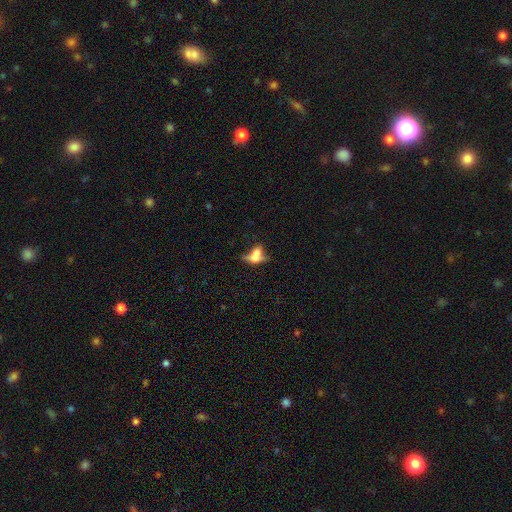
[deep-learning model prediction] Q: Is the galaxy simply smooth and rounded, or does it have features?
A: smooth — 55%.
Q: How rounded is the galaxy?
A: in between — 71%.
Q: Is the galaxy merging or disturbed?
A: merger — 47%.